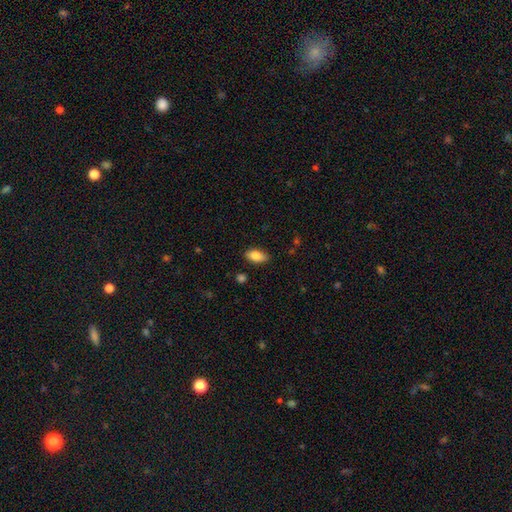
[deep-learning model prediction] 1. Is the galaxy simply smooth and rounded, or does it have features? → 83% smooth, 10% featured or disk, 7% star or artifact.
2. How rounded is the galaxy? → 90% in between, 5% cigar-shaped, 4% round.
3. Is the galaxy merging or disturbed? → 82% none, 14% minor disturbance, 3% major disturbance, 1% merger.